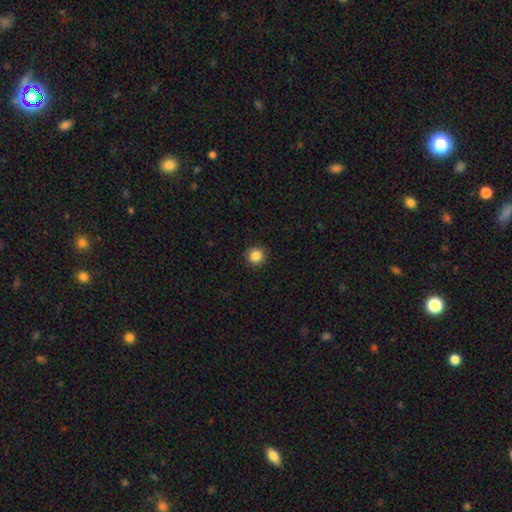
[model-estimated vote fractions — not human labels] A smooth galaxy with no disk features (86%) that is round (93%).

Vote fractions:
- Smooth or featured? smooth: 86% / star or artifact: 10% / featured or disk: 4%
- How rounded? round: 93% / in between: 6% / cigar-shaped: 1%
- Merging? none: 91% / minor disturbance: 6% / major disturbance: 2% / merger: 1%